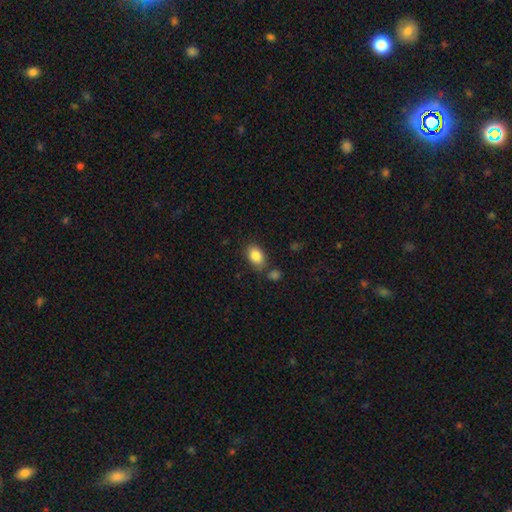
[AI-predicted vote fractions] This is clearly a smooth galaxy (86%). How rounded: clearly in between (86%). Merging: likely none (74%).